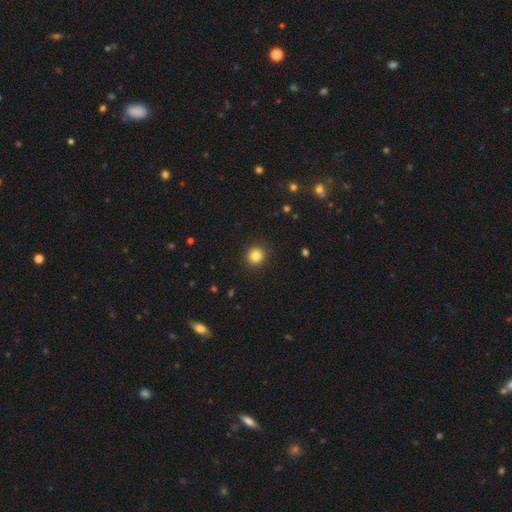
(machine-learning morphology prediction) Smooth or featured? smooth (84%)
How rounded? round (92%)
Merging? none (91%)